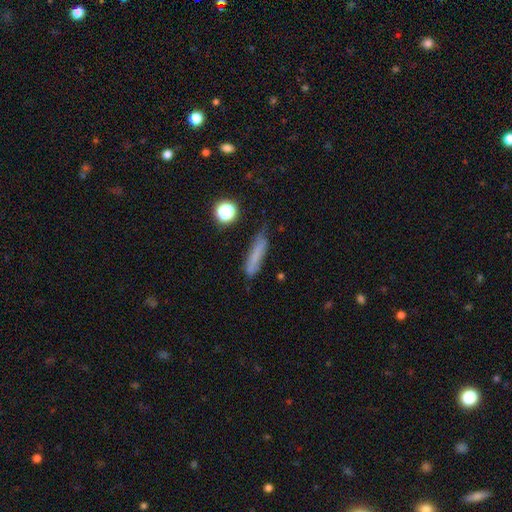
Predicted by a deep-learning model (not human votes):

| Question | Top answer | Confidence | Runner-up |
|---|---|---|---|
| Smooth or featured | smooth | 69% | featured or disk (20%) |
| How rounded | cigar-shaped | 83% | in between (14%) |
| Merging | none | 67% | minor disturbance (23%) |